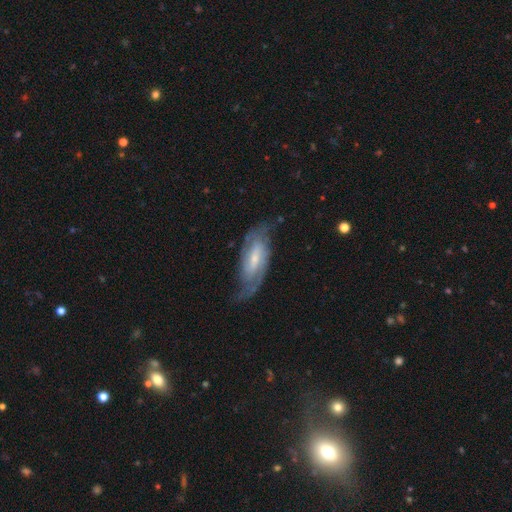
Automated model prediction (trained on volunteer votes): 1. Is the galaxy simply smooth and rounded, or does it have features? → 80% featured or disk, 12% smooth, 8% star or artifact.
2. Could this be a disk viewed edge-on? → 91% no, 9% yes.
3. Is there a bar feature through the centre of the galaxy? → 48% weak, 30% no, 22% strong.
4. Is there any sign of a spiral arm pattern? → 94% yes, 6% no.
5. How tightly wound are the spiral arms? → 44% medium, 42% tight, 15% loose.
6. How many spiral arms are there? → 74% 2, 14% can't tell, 5% 3, 3% 1, 2% 4, 2% more than 4.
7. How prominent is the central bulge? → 52% small, 37% moderate, 6% none, 3% large, 1% dominant.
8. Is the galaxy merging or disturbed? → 75% none, 16% minor disturbance, 7% major disturbance, 1% merger.